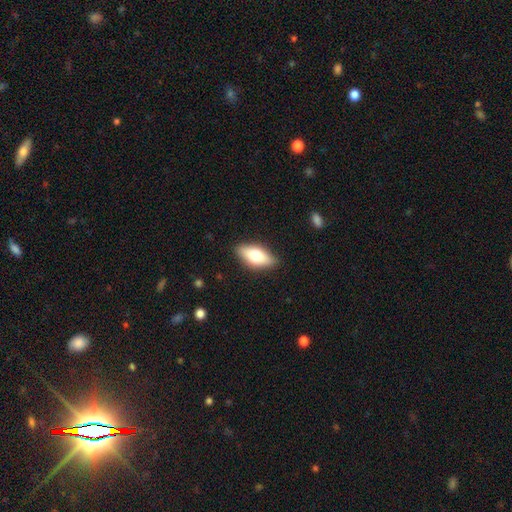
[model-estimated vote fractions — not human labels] This is likely a smooth galaxy (66%). How rounded: clearly in between (83%). Merging: clearly none (87%).